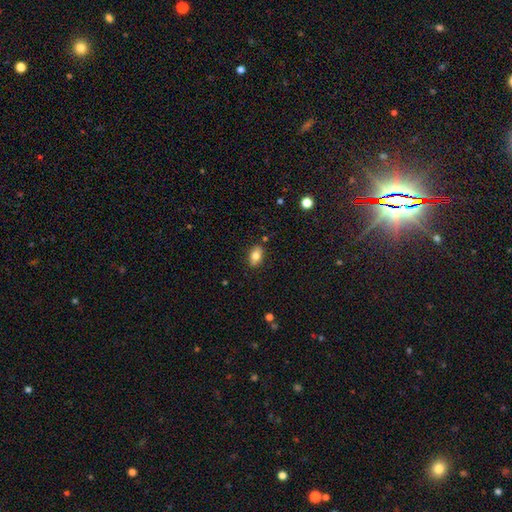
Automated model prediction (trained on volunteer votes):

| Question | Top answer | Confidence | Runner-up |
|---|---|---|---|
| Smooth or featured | smooth | 79% | featured or disk (13%) |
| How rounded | in between | 87% | round (10%) |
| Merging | none | 86% | minor disturbance (10%) |